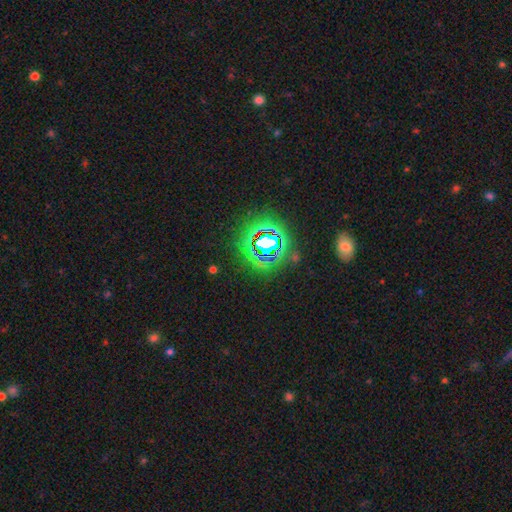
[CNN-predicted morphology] Q: Smooth or featured?
A: star or artifact (76%); runner-up: smooth (16%)